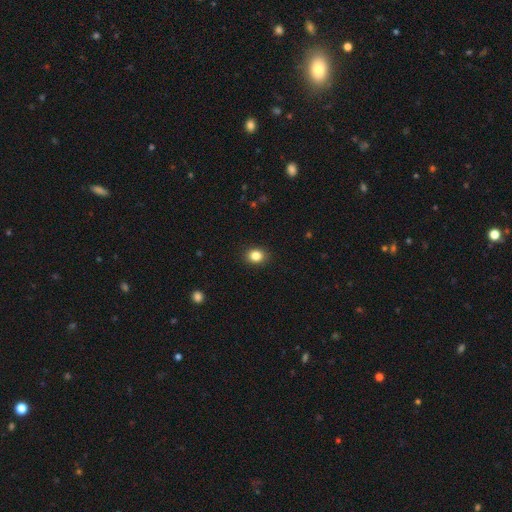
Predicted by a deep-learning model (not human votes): The model was most divided on "how rounded": round: 58%, in between: 41%, cigar-shaped: 1%. More confident: merging — none (90%); smooth or featured — smooth (84%).